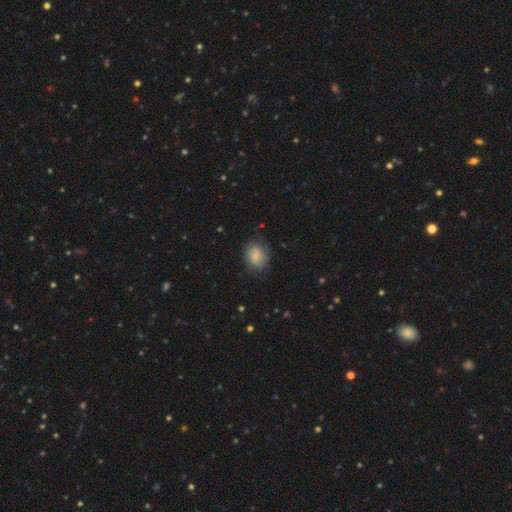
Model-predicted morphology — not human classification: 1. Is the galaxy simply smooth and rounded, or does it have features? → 66% smooth, 26% featured or disk, 8% star or artifact.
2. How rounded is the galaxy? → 57% round, 42% in between, 1% cigar-shaped.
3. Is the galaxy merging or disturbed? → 69% none, 21% minor disturbance, 8% major disturbance, 1% merger.